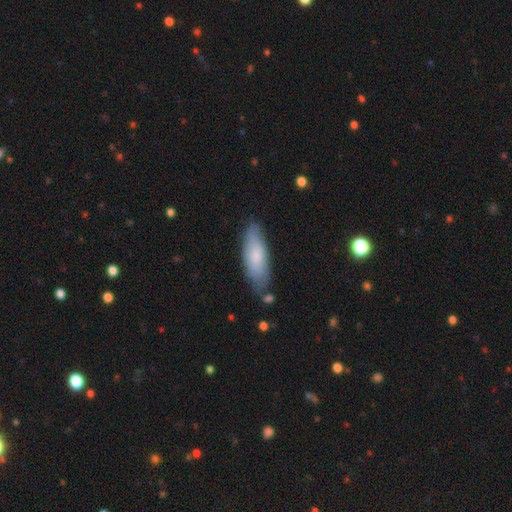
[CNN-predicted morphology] Smooth or featured? smooth (74%)
How rounded? in between (59%)
Merging? none (77%)